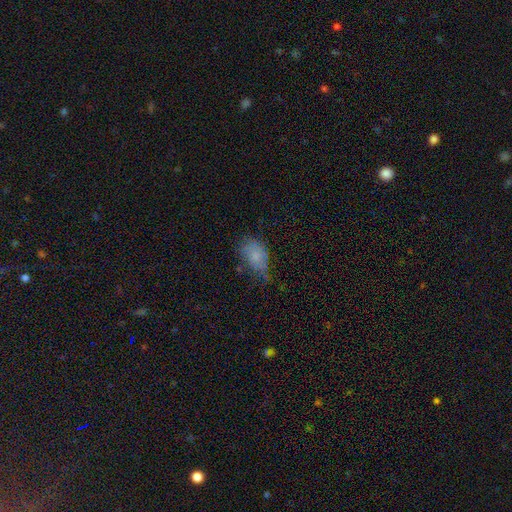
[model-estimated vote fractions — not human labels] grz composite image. It shows a smooth galaxy with no disk features (76%) that is in between round and cigar-shaped (84%). Merging: none (42%).